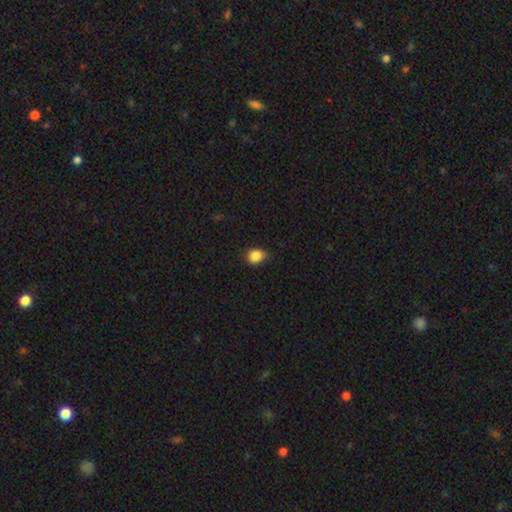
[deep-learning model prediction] This appears to be a smooth galaxy with no disk features (86%) that is round (55%). Merging: none (66%).